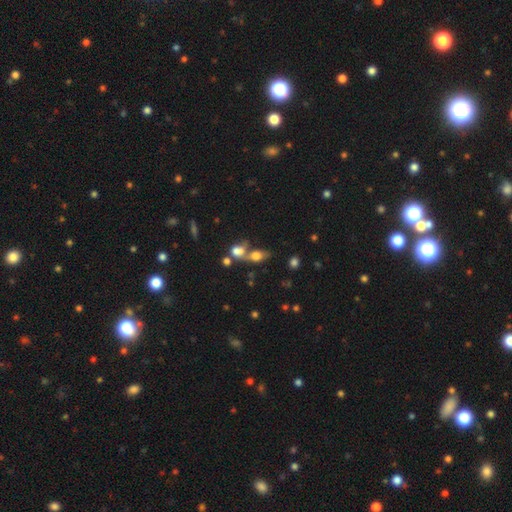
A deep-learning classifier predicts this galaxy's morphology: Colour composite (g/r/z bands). It shows a smooth galaxy with no disk features (61%) that is in between round and cigar-shaped (69%). Merging: merger (53%).